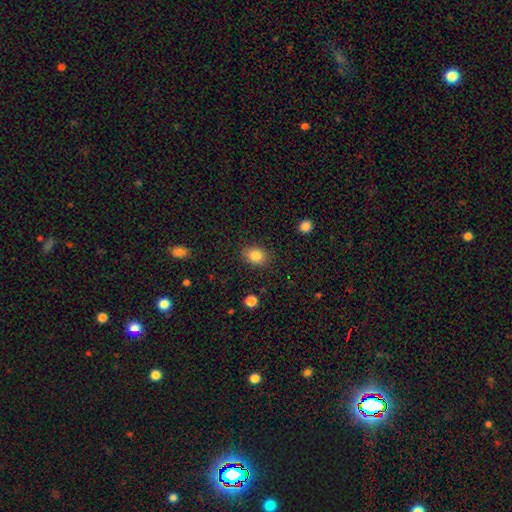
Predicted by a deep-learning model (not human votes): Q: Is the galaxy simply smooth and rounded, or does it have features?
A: smooth — 85%.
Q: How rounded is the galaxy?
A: in between — 56%.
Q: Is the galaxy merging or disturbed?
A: none — 86%.